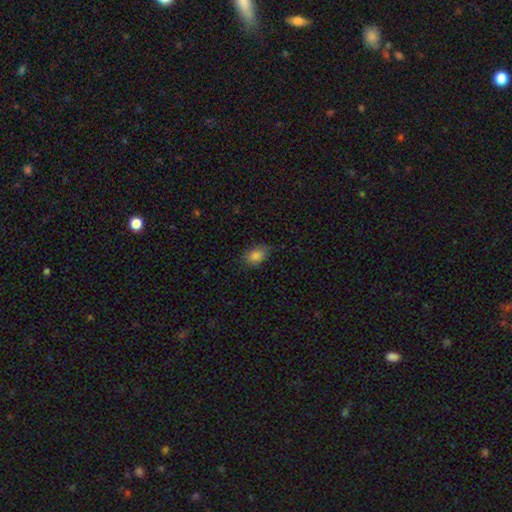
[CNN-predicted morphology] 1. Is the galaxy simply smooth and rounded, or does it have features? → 85% smooth, 9% star or artifact, 6% featured or disk.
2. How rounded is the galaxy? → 84% in between, 14% round, 2% cigar-shaped.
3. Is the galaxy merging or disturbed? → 72% none, 22% minor disturbance, 4% major disturbance, 1% merger.